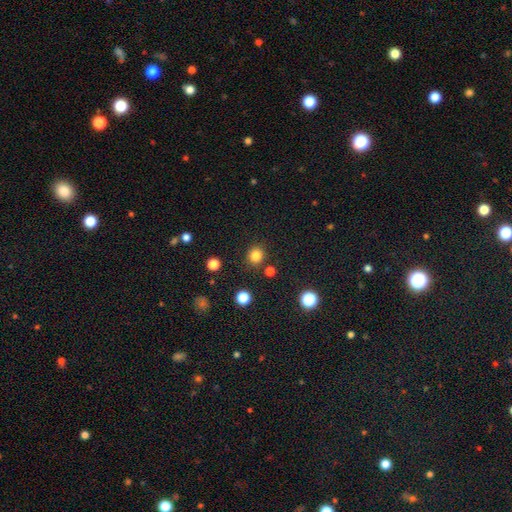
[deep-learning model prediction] Overall: smooth (83%). How rounded: round (85%). Merging: none (86%).